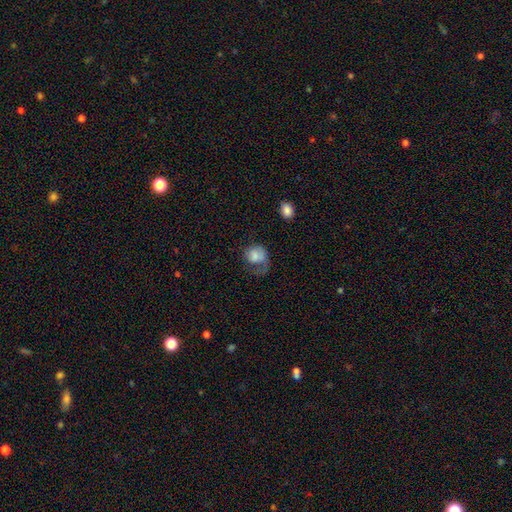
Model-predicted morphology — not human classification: smooth-or-featured: smooth: 64% | featured or disk: 28% | star or artifact: 8%
  how-rounded: round: 59% | in between: 40% | cigar-shaped: 1%
  merging: major disturbance: 52% | none: 25% | minor disturbance: 19% | merger: 5%